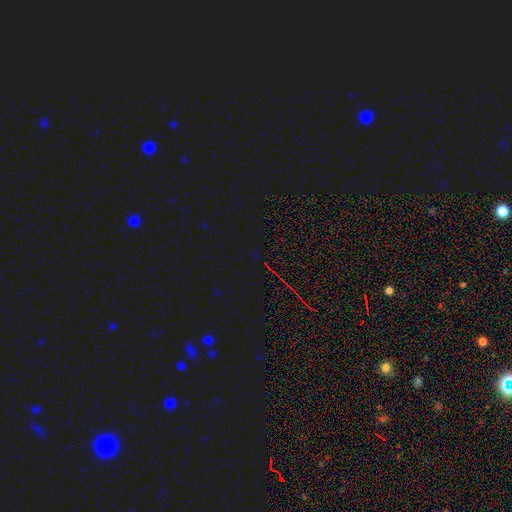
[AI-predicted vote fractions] Morphology: type=star or artifact (81%).